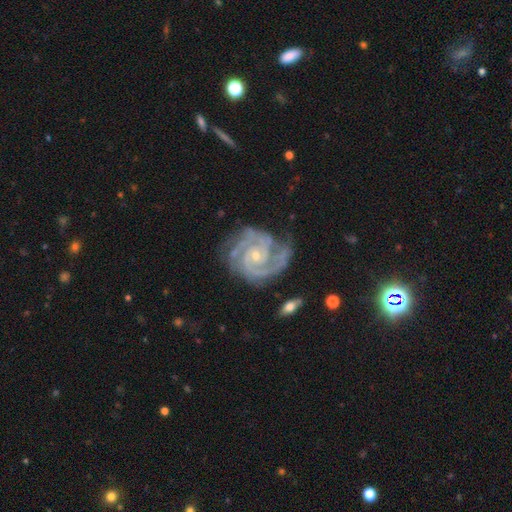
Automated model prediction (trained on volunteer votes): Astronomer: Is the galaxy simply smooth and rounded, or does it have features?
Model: featured or disk — 93%.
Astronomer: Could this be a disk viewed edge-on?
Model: no — 98%.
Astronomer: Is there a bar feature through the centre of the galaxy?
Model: no — 68%.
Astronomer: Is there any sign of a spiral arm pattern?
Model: yes — 99%.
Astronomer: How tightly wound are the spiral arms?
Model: tight — 67%.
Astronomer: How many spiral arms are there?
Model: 2 — 46% (runner-up: 3, 33%).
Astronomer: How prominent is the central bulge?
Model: small — 74%.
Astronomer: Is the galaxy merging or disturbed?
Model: none — 70%.